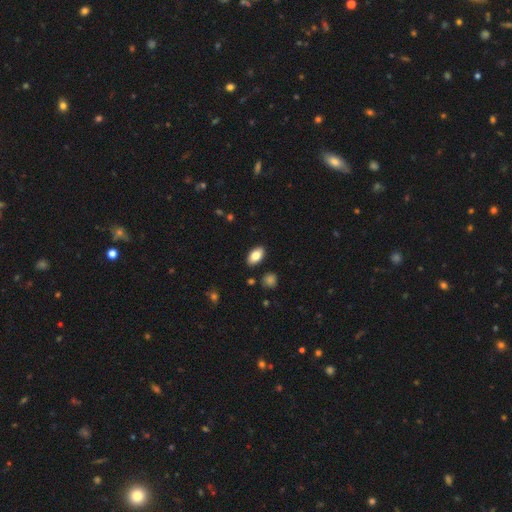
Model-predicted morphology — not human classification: A smooth galaxy with no disk features (82%) that is in between round and cigar-shaped (93%). Merging: none (88%).